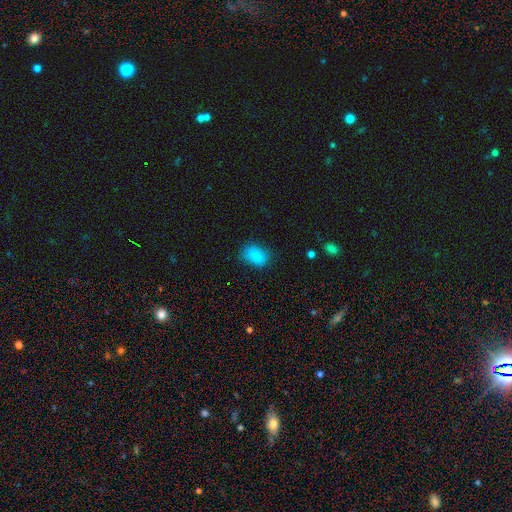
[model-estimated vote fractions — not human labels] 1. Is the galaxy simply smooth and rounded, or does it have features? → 85% smooth, 10% star or artifact, 5% featured or disk.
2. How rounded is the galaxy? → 85% in between, 13% round, 2% cigar-shaped.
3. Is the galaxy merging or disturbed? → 73% none, 20% minor disturbance, 6% major disturbance, 1% merger.